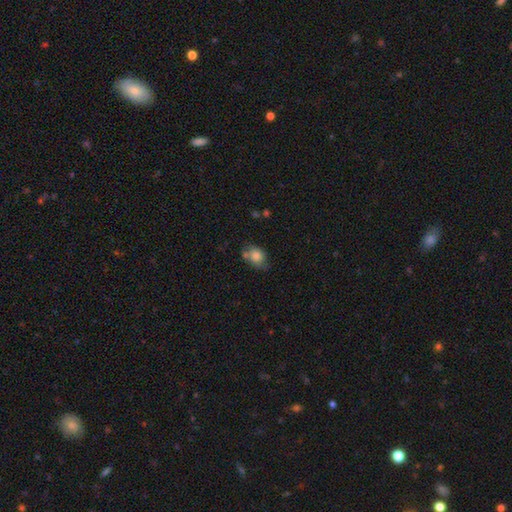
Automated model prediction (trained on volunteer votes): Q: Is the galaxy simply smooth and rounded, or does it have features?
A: smooth — 79%.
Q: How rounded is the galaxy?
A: in between — 67%.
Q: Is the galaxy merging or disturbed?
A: none — 53%.